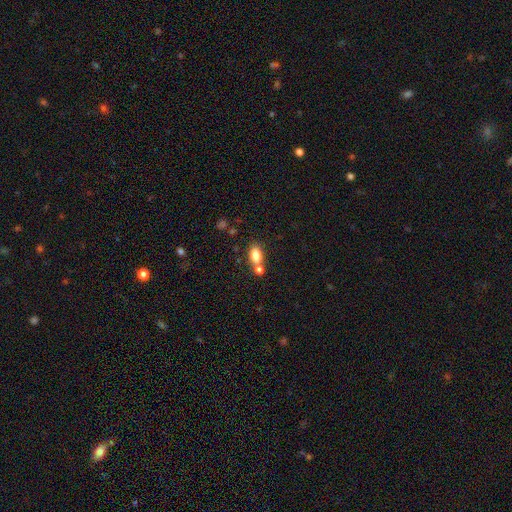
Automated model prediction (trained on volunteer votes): A smooth galaxy with no disk features (82%) that is in between round and cigar-shaped (84%). Merging: none (54%).